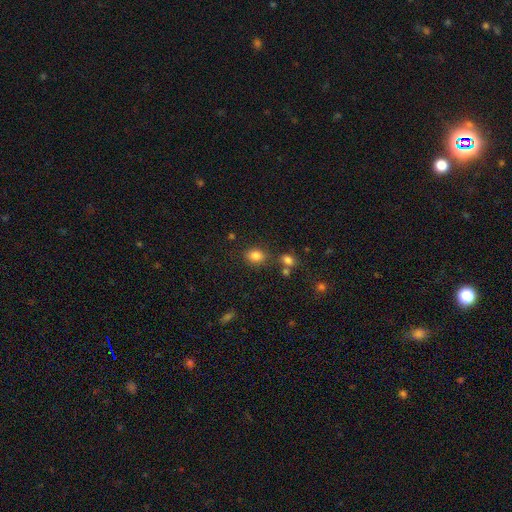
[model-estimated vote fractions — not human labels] Overall: smooth (83%). How rounded: in between (55%; round 44%). Merging: none (76%).